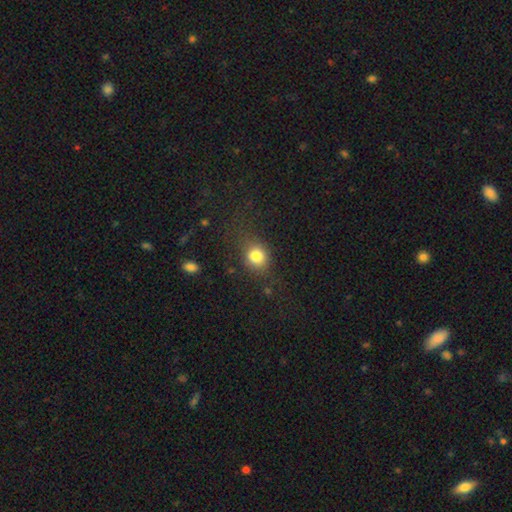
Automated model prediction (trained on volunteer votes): smooth-or-featured: smooth: 81% | star or artifact: 12% | featured or disk: 8%
  how-rounded: round: 65% | in between: 34% | cigar-shaped: 2%
  merging: none: 71% | minor disturbance: 17% | major disturbance: 10% | merger: 2%